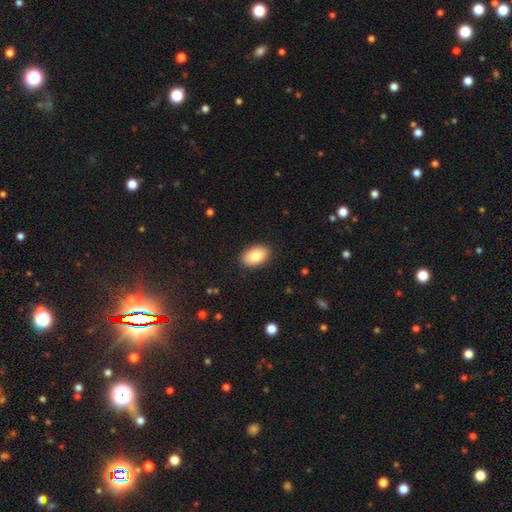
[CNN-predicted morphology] type=smooth (84%); roundness=in between (91%); merging=none (88%).